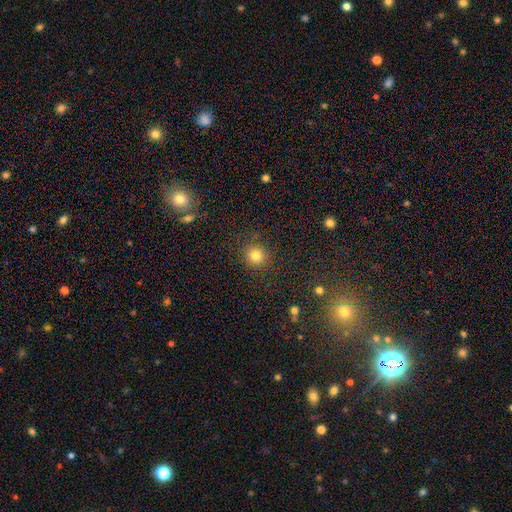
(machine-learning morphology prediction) This appears to be a smooth galaxy with no disk features (82%) that is round (88%). Merging: none (86%).